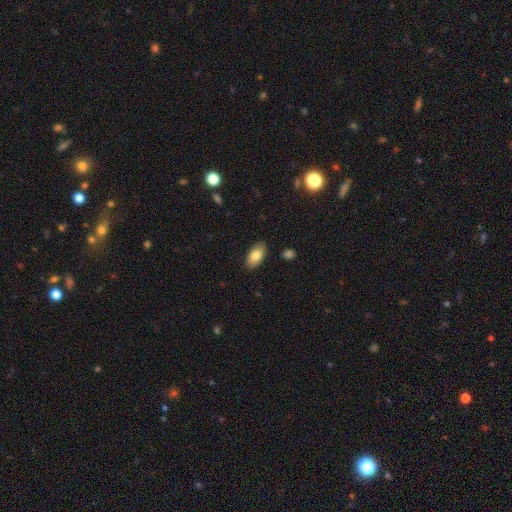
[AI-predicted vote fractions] Smooth or featured? smooth (80%)
How rounded? in between (93%)
Merging? none (88%)